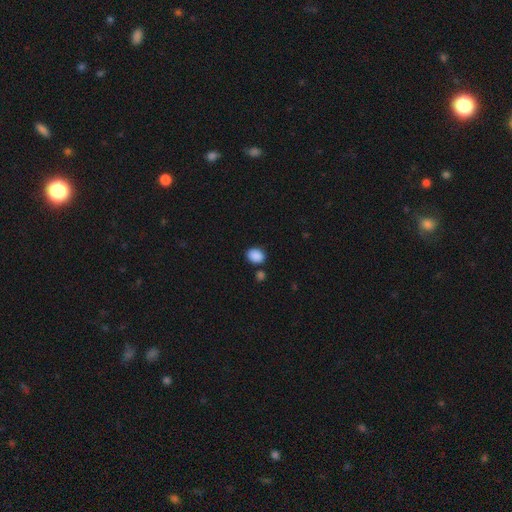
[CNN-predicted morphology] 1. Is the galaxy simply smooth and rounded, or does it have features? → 89% smooth, 8% star or artifact, 3% featured or disk.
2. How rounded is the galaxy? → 60% in between, 40% round, 1% cigar-shaped.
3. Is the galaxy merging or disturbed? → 80% none, 11% minor disturbance, 7% merger, 3% major disturbance.